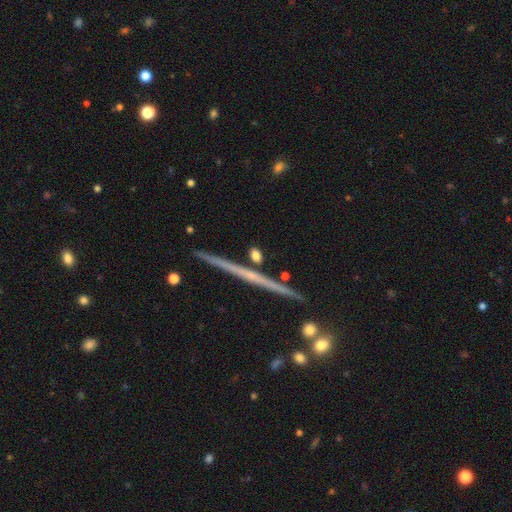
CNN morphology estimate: The model was most divided on "how rounded": in between: 37%, round: 35%, cigar-shaped: 28%. More confident: merging — none (81%); smooth or featured — smooth (67%).